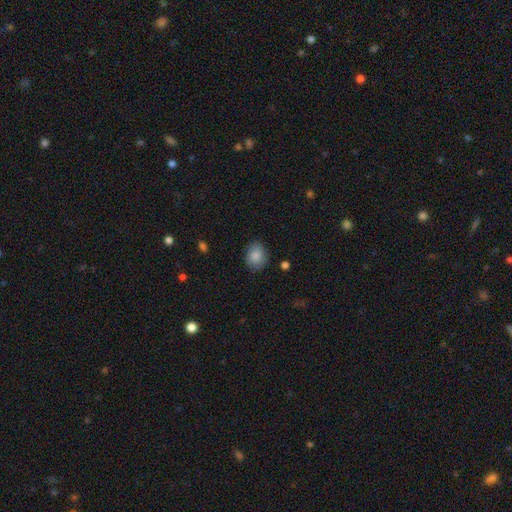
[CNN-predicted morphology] smooth-or-featured: smooth: 86% | star or artifact: 7% | featured or disk: 7%
  how-rounded: in between: 57% | round: 42% | cigar-shaped: 1%
  merging: none: 84% | minor disturbance: 12% | major disturbance: 3% | merger: 1%